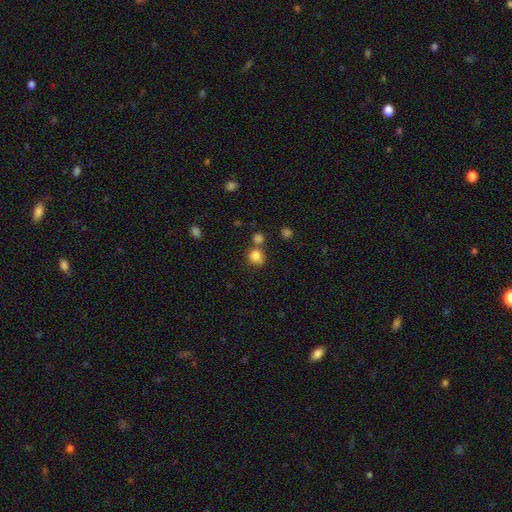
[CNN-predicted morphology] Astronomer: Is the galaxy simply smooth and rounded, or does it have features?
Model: smooth — 81%.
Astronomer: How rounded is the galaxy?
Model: round — 85%.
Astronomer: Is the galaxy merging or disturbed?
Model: none — 61%.